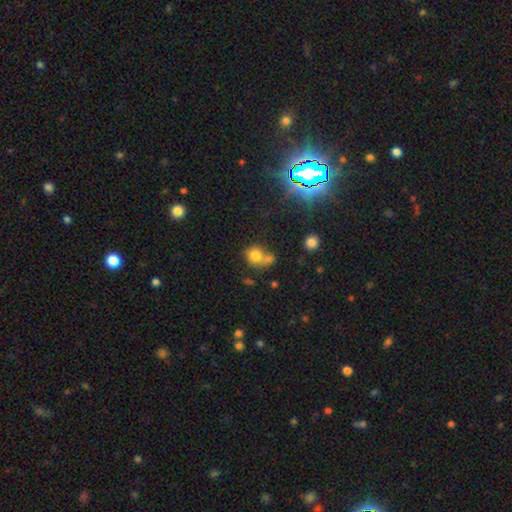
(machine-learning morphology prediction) A smooth galaxy with no disk features (75%) that is round (73%).

Vote fractions:
- Smooth or featured? smooth: 75% / star or artifact: 13% / featured or disk: 12%
- How rounded? round: 73% / in between: 26% / cigar-shaped: 1%
- Merging? merger: 43% / none: 38% / minor disturbance: 13% / major disturbance: 7%